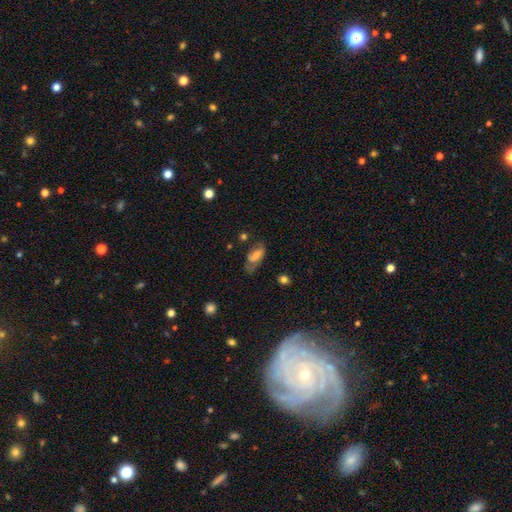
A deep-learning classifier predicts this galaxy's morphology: smooth 49%, featured or disk 42%, star or artifact 9%. Down the decision tree: merging — none (51%).